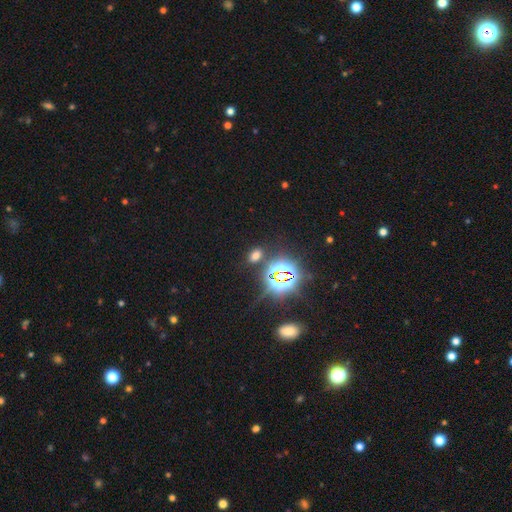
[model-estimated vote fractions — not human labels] Smooth or featured: smooth — 52% (star or artifact — 41%)
How rounded: in between — 81% (round — 16%)
Merging: none — 82% (minor disturbance — 9%)